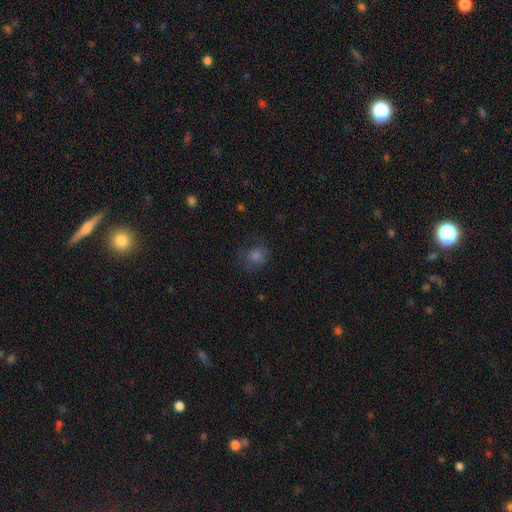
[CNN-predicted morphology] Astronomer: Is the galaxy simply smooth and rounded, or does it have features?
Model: smooth — 65%.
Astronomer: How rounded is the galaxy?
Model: round — 78%.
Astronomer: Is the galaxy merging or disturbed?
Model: none — 69%.